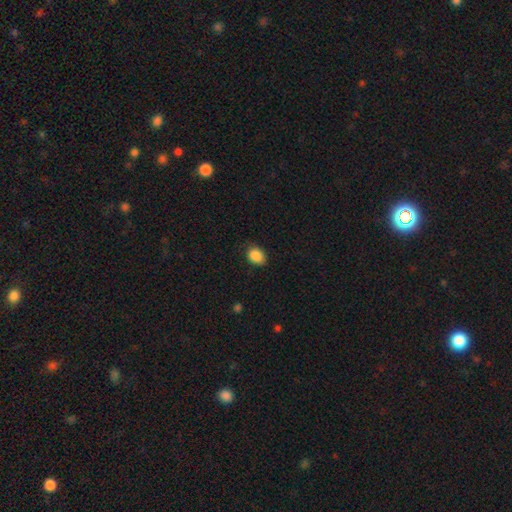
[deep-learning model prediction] Morphology: type=smooth (88%); roundness=in between (67%); merging=none (79%).